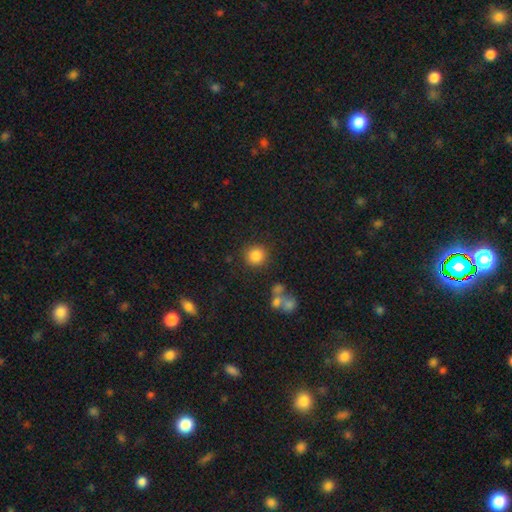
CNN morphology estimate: Q: Smooth or featured?
A: smooth (84%); runner-up: star or artifact (10%)
Q: How rounded?
A: round (91%); runner-up: in between (8%)
Q: Merging?
A: none (86%); runner-up: minor disturbance (7%)